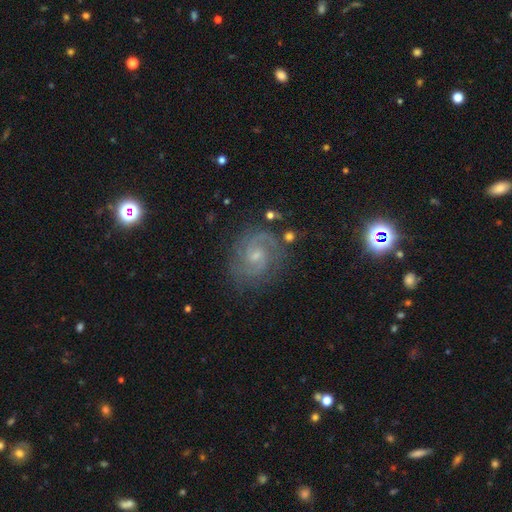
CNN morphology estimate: Smooth or featured? featured or disk (88%)
Edge-on disk? no (98%)
Bar? no (49%)
Spiral arms? yes (98%)
Spiral winding? medium (47%)
Spiral arm count? 2 (85%)
Bulge size? small (64%)
Merging? none (80%)